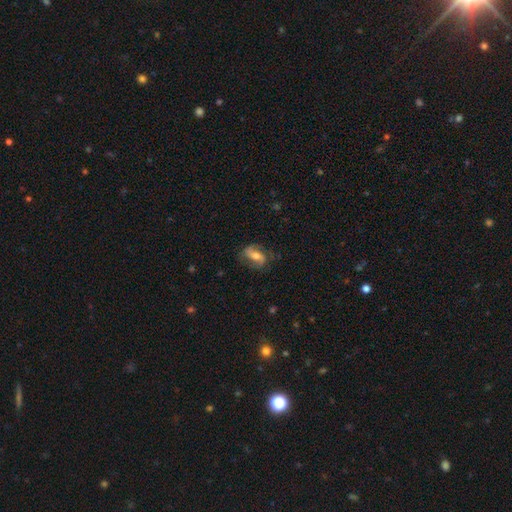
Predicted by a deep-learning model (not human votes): The model was most divided on "spiral winding" (2-way tie): loose: 41%, medium: 41%, tight: 19%. Remaining: edge-on disk — no (94%); spiral arms — yes (87%); spiral arm count — 2 (85%); merging — none (69%); smooth or featured — featured or disk (62%); bulge size — moderate (59%); bar — weak (39%).